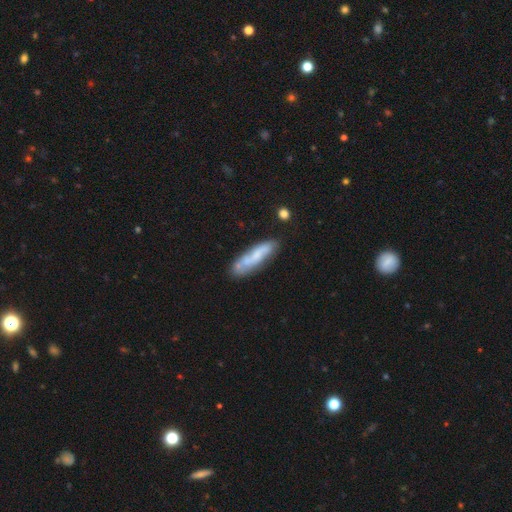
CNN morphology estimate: smooth 53%, featured or disk 40%, star or artifact 7%. Down the decision tree: how rounded — cigar-shaped (70%); merging — none (64%).